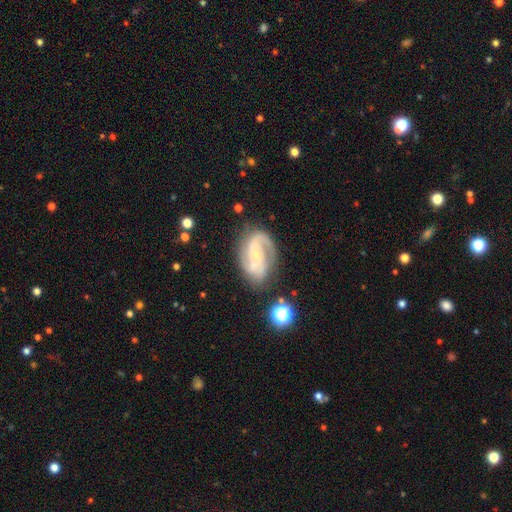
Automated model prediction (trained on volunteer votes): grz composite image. It shows a featured or disk galaxy (82%) with no bar (50%), 2 (72%) medium (47%) spiral arms (95%) and a small central bulge (76%). Merging: none (67%).